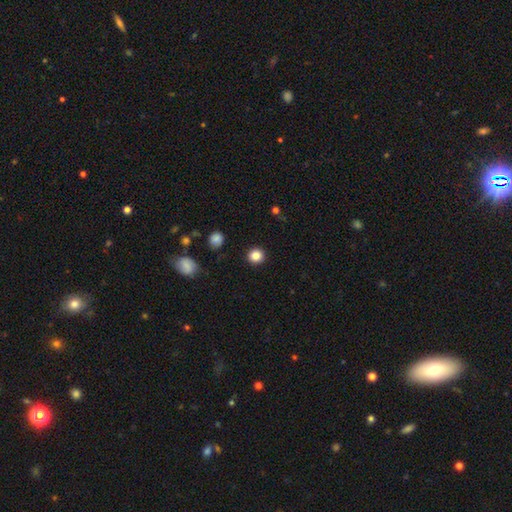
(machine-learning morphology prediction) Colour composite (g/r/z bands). It shows a smooth galaxy with no disk features (85%) that is round (93%). Merging: none (92%).